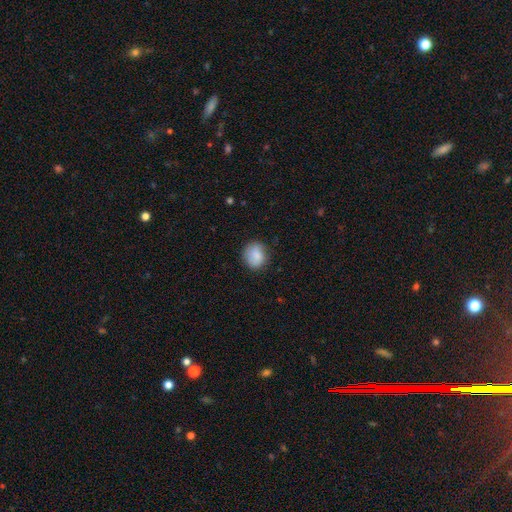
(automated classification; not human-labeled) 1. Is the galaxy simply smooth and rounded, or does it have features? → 86% smooth, 7% star or artifact, 6% featured or disk.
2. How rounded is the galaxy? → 67% round, 32% in between, 1% cigar-shaped.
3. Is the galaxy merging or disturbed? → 79% none, 16% minor disturbance, 4% major disturbance, 1% merger.